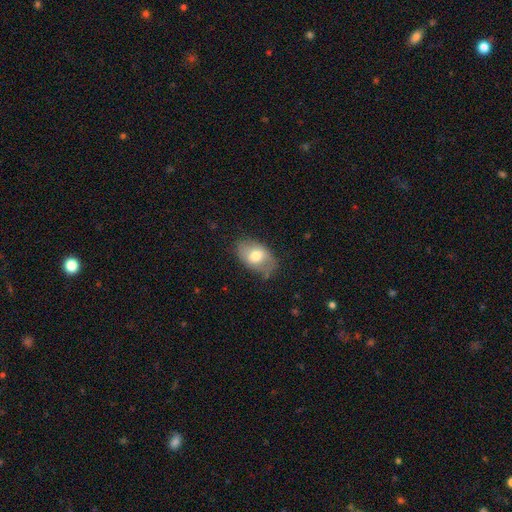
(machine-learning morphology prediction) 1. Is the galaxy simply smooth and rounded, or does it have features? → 68% smooth, 25% featured or disk, 7% star or artifact.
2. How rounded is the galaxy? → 88% in between, 10% round, 1% cigar-shaped.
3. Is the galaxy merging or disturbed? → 67% none, 24% minor disturbance, 7% major disturbance, 2% merger.